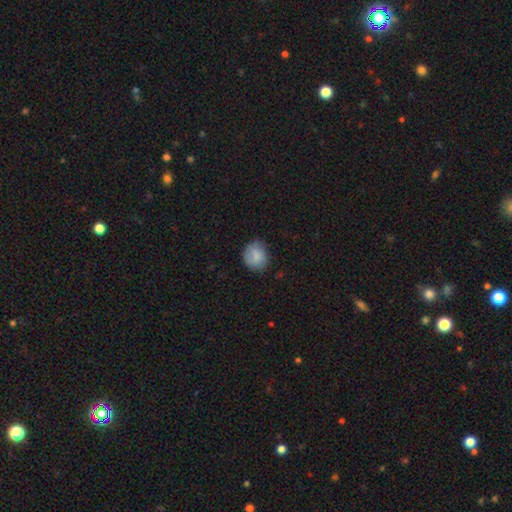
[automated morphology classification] smooth 82%, featured or disk 11%, star or artifact 8%. Down the decision tree: how rounded — round (68%); merging — none (69%).